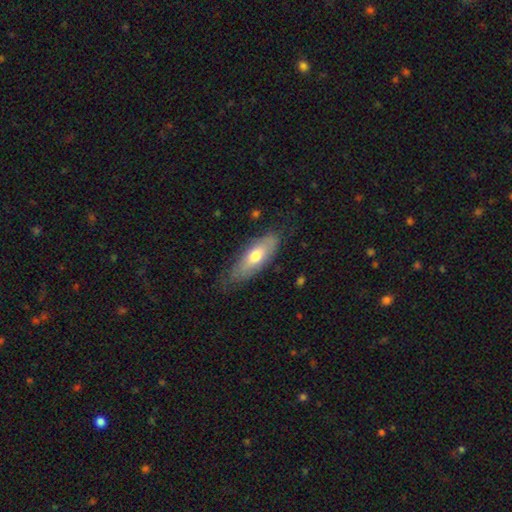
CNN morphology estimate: Overall: smooth (63%; featured or disk 32%). How rounded: in between (72%). Merging: none (72%).